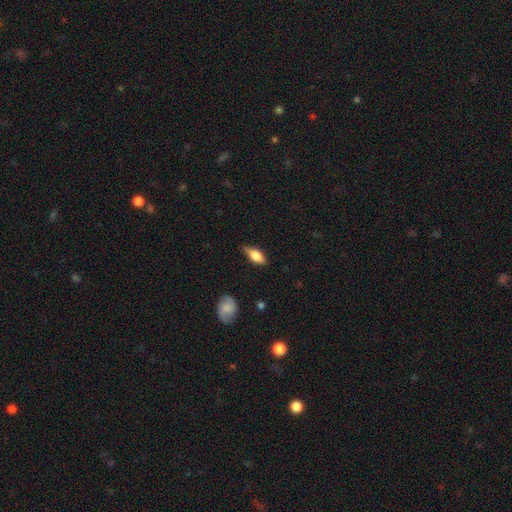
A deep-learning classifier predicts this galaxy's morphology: Smooth or featured: smooth — 75% (featured or disk — 19%)
How rounded: in between — 78% (cigar-shaped — 19%)
Merging: none — 72% (minor disturbance — 22%)